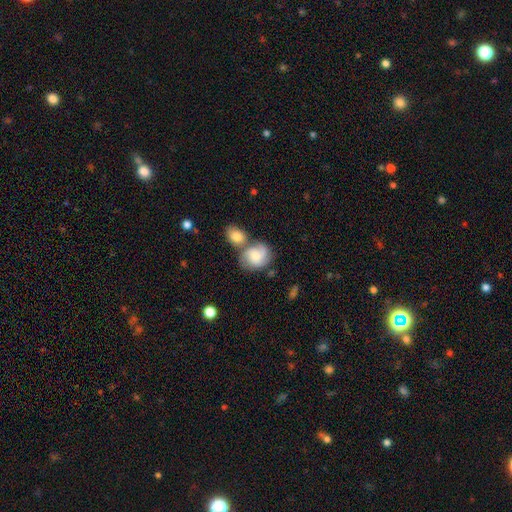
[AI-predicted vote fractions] A smooth galaxy with no disk features (48%). Merging: merger (41%).